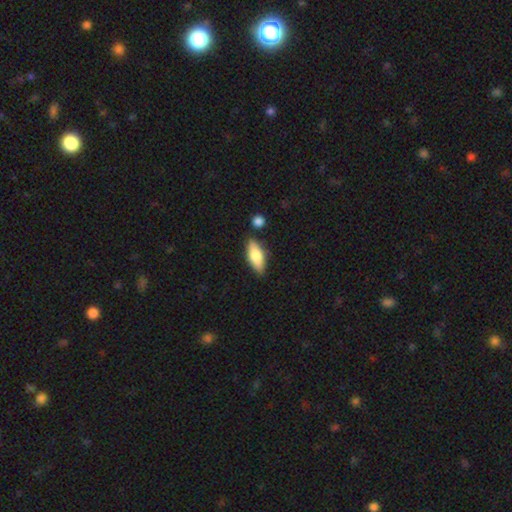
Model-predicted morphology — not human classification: Smooth or featured?
  - smooth: 73% *
  - featured or disk: 21%
  - star or artifact: 6%
How rounded?
  - in between: 71% *
  - cigar-shaped: 26%
  - round: 3%
Merging?
  - none: 80% *
  - minor disturbance: 12%
  - merger: 6%
  - major disturbance: 3%